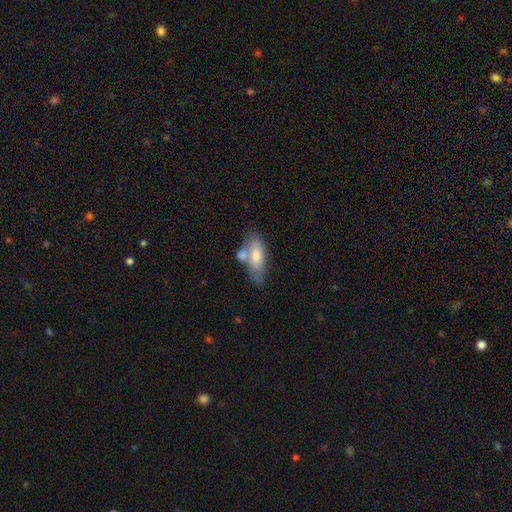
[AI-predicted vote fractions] Smooth or featured? smooth (66%)
How rounded? in between (77%)
Merging? none (43%)